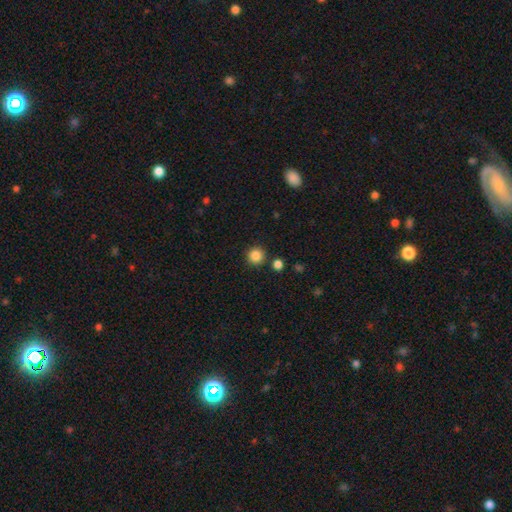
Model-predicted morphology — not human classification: Smooth or featured?
  - smooth: 86% *
  - star or artifact: 11%
  - featured or disk: 4%
How rounded?
  - round: 95% *
  - in between: 4%
  - cigar-shaped: 1%
Merging?
  - none: 88% *
  - minor disturbance: 6%
  - merger: 4%
  - major disturbance: 2%